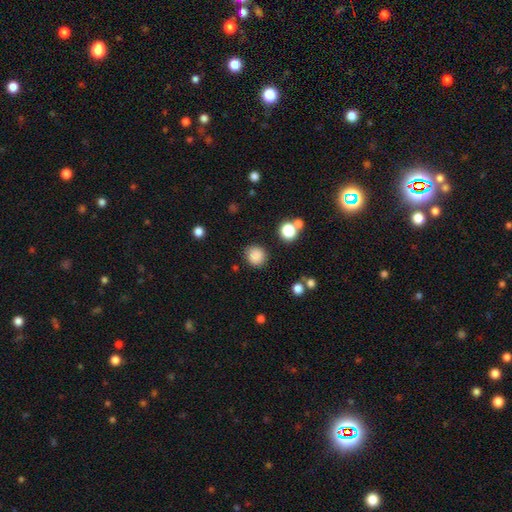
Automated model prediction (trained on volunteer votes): This appears to be a smooth galaxy with no disk features (85%) that is round (86%). Merging: none (83%).